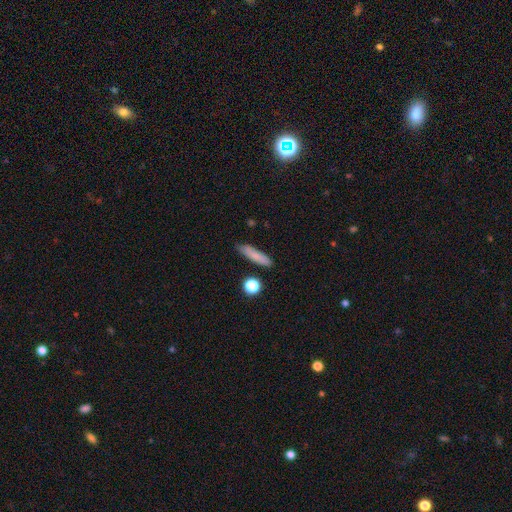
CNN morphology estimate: smooth-or-featured: smooth: 79% | featured or disk: 12% | star or artifact: 8%
  how-rounded: cigar-shaped: 79% | in between: 17% | round: 4%
  merging: none: 83% | minor disturbance: 11% | merger: 3% | major disturbance: 2%